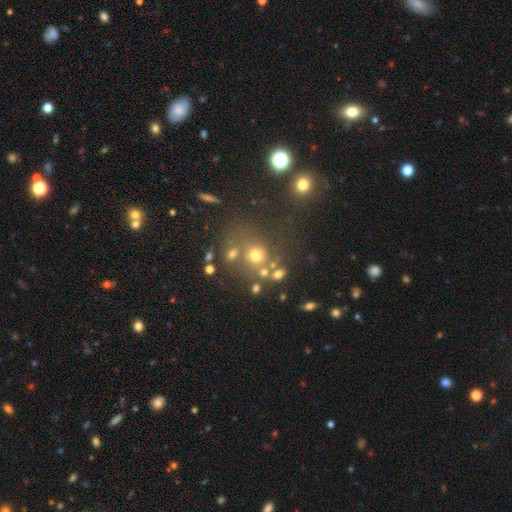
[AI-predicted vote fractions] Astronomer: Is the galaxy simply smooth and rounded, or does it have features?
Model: smooth — 61%.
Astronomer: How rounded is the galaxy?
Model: round — 80%.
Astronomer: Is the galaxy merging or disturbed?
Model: none — 60%.